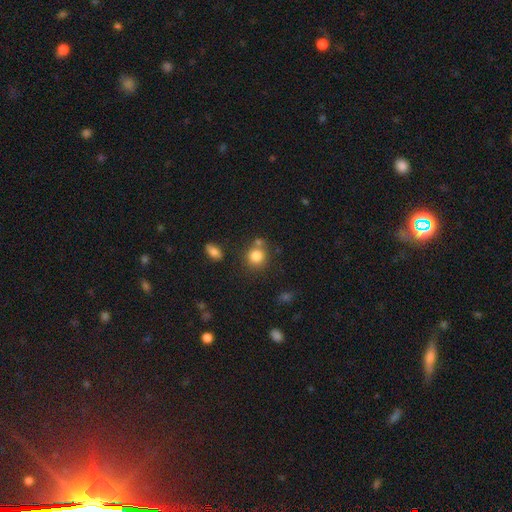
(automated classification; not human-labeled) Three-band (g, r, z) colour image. It shows a smooth galaxy with no disk features (82%) that is round (86%). Merging: none (66%).